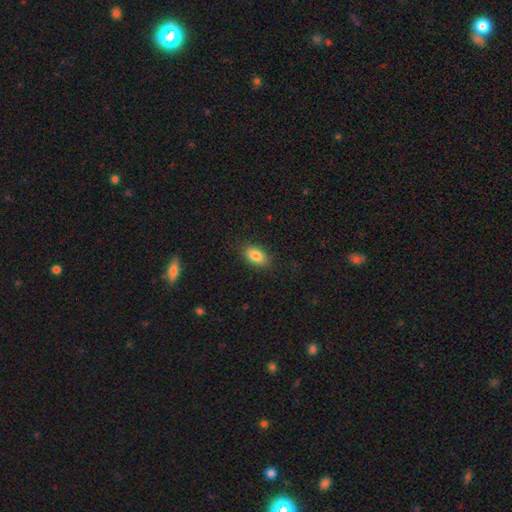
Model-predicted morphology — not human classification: Smooth or featured? Predicted: smooth (p=0.84). How rounded? Predicted: in between (p=0.89). Merging? Predicted: none (p=0.86).